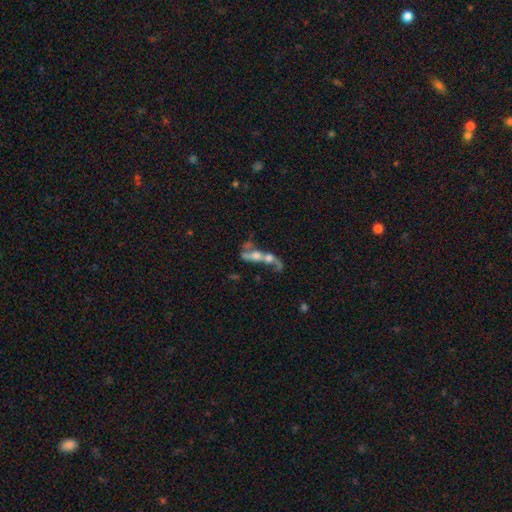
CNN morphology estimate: Smooth or featured? featured or disk (53%)
Edge-on disk? no (87%)
Merging? merger (63%)